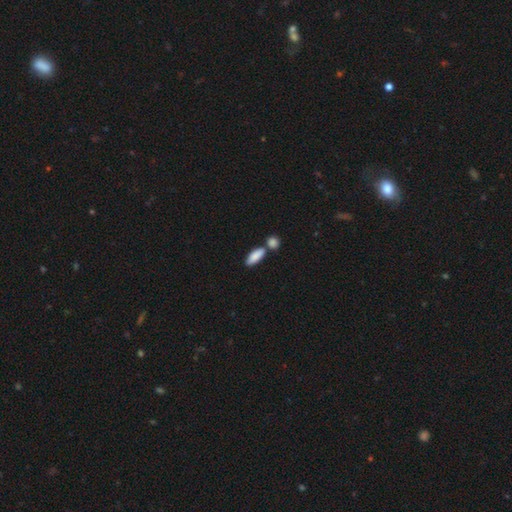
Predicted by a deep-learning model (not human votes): smooth_or_featured: smooth (p=0.87) [alt: featured or disk p=0.07]
how_rounded: in between (p=0.73) [alt: cigar-shaped p=0.24]
merging: none (p=0.55) [alt: merger p=0.31]